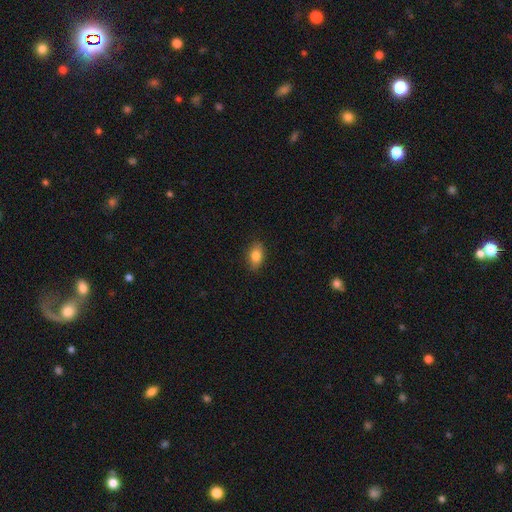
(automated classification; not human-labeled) Smooth or featured: smooth — 84% (featured or disk — 8%)
How rounded: in between — 86% (round — 11%)
Merging: none — 85% (minor disturbance — 11%)